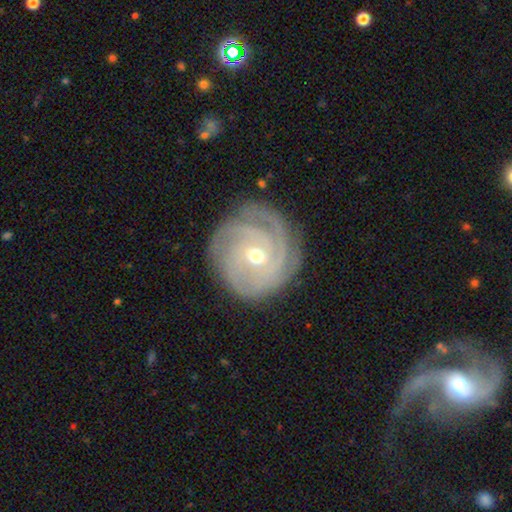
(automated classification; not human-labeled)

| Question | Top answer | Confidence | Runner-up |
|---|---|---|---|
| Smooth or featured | featured or disk | 87% | smooth (7%) |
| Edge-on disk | no | 97% | yes (3%) |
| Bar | no | 58% | weak (33%) |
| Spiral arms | yes | 98% | no (2%) |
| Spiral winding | tight | 81% | medium (17%) |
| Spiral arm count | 3 | 38% | 4 (21%) |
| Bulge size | moderate | 58% | small (39%) |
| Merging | none | 81% | minor disturbance (14%) |